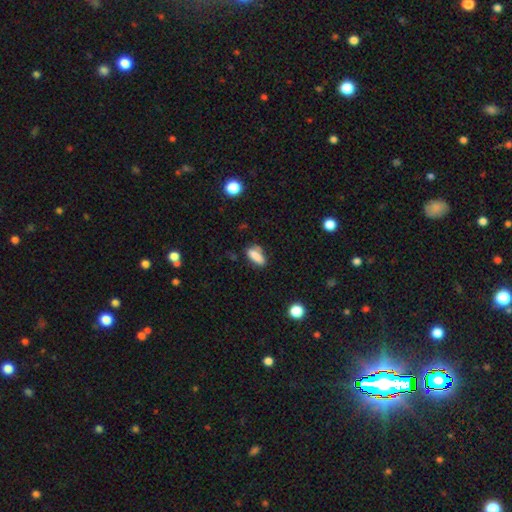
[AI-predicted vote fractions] A smooth galaxy with no disk features (82%) that is in between round and cigar-shaped (73%).

Vote fractions:
- Smooth or featured? smooth: 82% / star or artifact: 9% / featured or disk: 9%
- How rounded? in between: 73% / cigar-shaped: 24% / round: 4%
- Merging? none: 63% / minor disturbance: 24% / merger: 7% / major disturbance: 6%